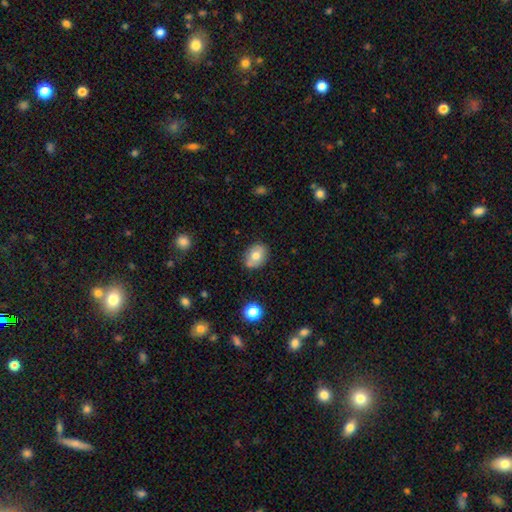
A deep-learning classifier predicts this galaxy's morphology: Smooth or featured?
  - smooth: 73% *
  - featured or disk: 18%
  - star or artifact: 9%
How rounded?
  - in between: 61% *
  - round: 38%
  - cigar-shaped: 1%
Merging?
  - none: 74% *
  - minor disturbance: 16%
  - merger: 7%
  - major disturbance: 3%